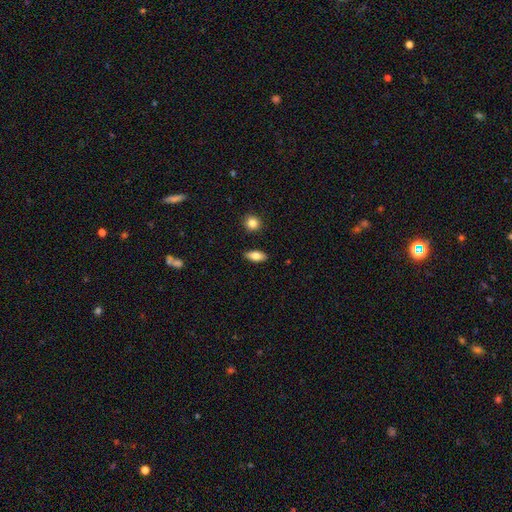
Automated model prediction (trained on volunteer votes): This appears to be a smooth galaxy with no disk features (79%) that is in between round and cigar-shaped (84%). Merging: none (87%).